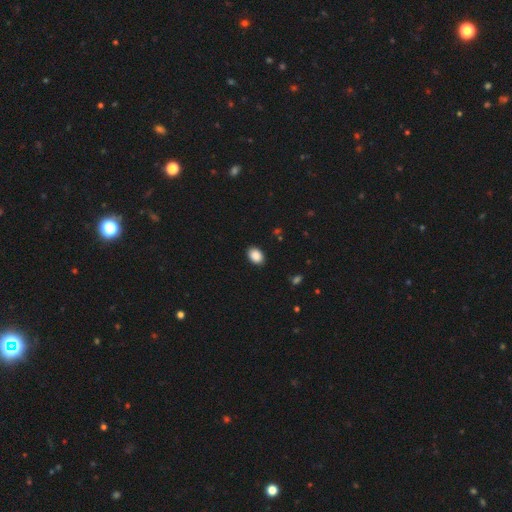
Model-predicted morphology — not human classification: Smooth or featured?
  - smooth: 89% *
  - star or artifact: 8%
  - featured or disk: 3%
How rounded?
  - in between: 79% *
  - round: 20%
  - cigar-shaped: 1%
Merging?
  - none: 88% *
  - minor disturbance: 9%
  - major disturbance: 2%
  - merger: 1%